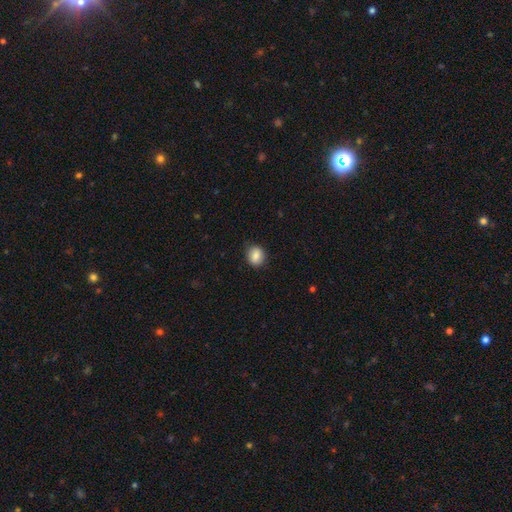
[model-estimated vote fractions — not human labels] A smooth galaxy with no disk features (84%) that is round (68%).

Vote fractions:
- Smooth or featured? smooth: 84% / star or artifact: 8% / featured or disk: 7%
- How rounded? round: 68% / in between: 31% / cigar-shaped: 1%
- Merging? none: 84% / minor disturbance: 12% / major disturbance: 3% / merger: 1%